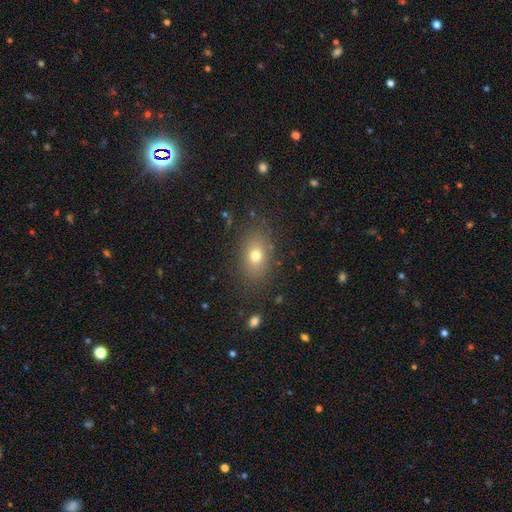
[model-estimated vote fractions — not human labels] smooth-or-featured: smooth: 73% | featured or disk: 14% | star or artifact: 13%
  how-rounded: in between: 77% | round: 20% | cigar-shaped: 2%
  merging: none: 84% | minor disturbance: 10% | major disturbance: 4% | merger: 2%